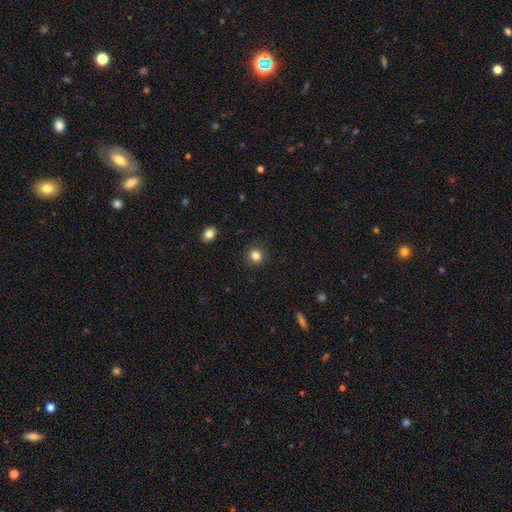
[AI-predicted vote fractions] smooth-or-featured: smooth: 82% | star or artifact: 12% | featured or disk: 5%
  how-rounded: round: 93% | in between: 6% | cigar-shaped: 1%
  merging: none: 92% | minor disturbance: 5% | major disturbance: 2% | merger: 1%